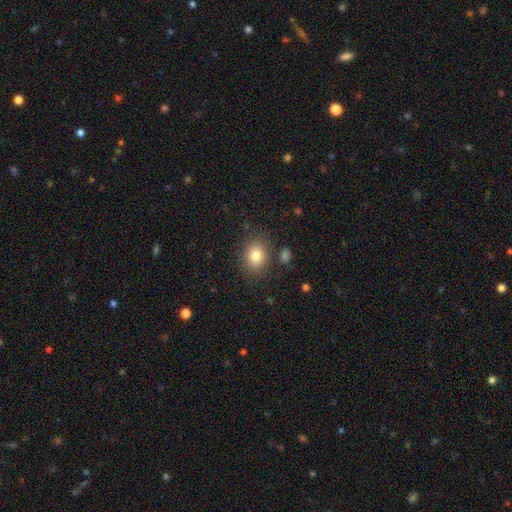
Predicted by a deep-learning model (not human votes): Smooth or featured: smooth — 82% (star or artifact — 10%)
How rounded: round — 52% (in between — 47%)
Merging: none — 81% (minor disturbance — 11%)